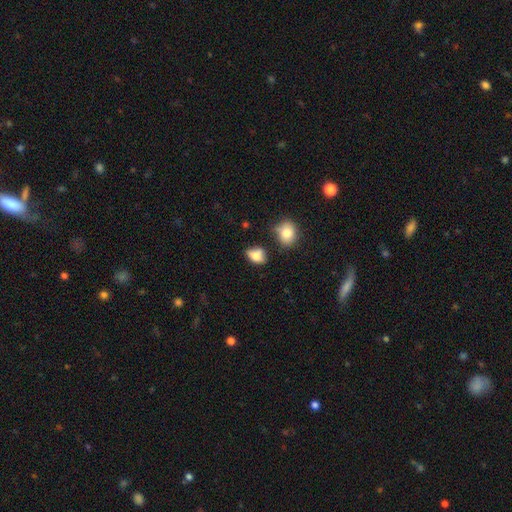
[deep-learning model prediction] Smooth or featured? smooth (75%)
How rounded? in between (73%)
Merging? none (52%)